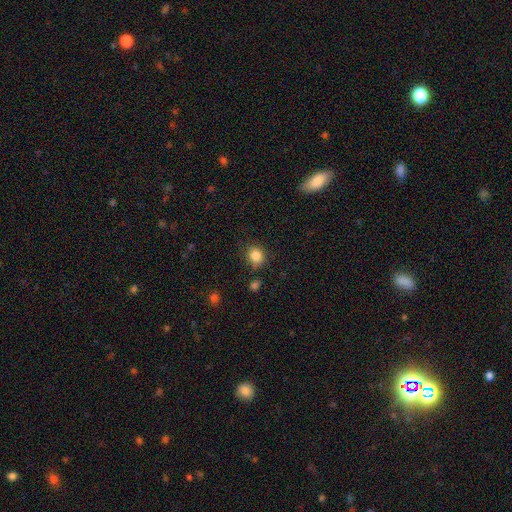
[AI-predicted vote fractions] Q: Smooth or featured?
A: smooth (84%); runner-up: star or artifact (11%)
Q: How rounded?
A: round (74%); runner-up: in between (25%)
Q: Merging?
A: none (78%); runner-up: minor disturbance (14%)